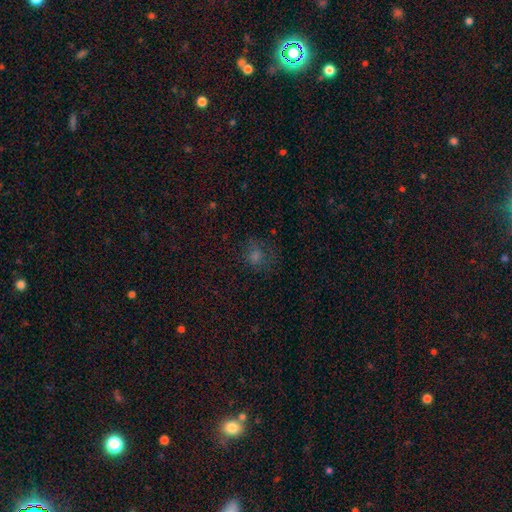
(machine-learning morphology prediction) smooth 50%, star or artifact 34%, featured or disk 16%. Down the decision tree: how rounded — round (72%); merging — none (62%).